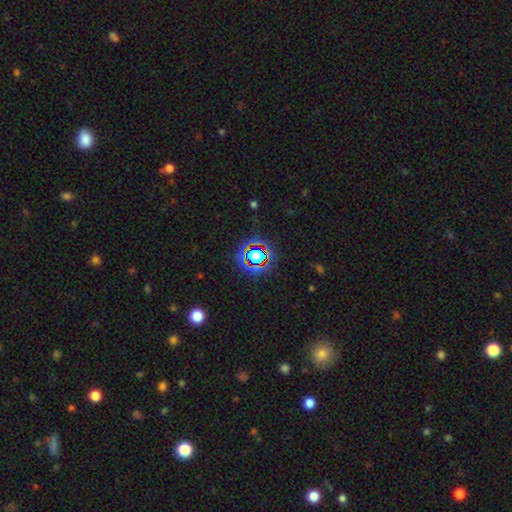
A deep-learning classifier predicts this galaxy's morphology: Smooth or featured?
  - star or artifact: 65% *
  - smooth: 23%
  - featured or disk: 12%